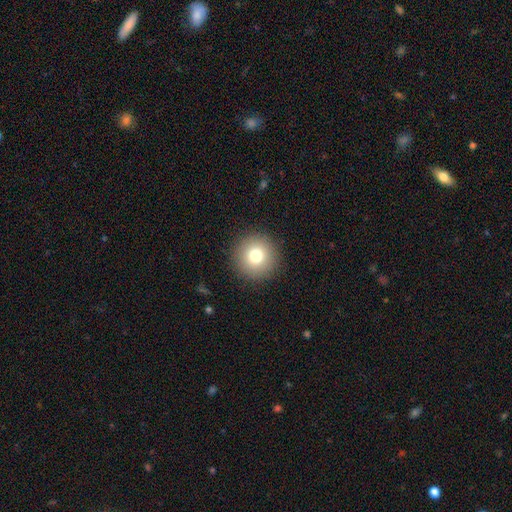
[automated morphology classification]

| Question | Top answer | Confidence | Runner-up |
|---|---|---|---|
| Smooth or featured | smooth | 77% | star or artifact (12%) |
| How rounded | round | 96% | in between (3%) |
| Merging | none | 92% | minor disturbance (5%) |